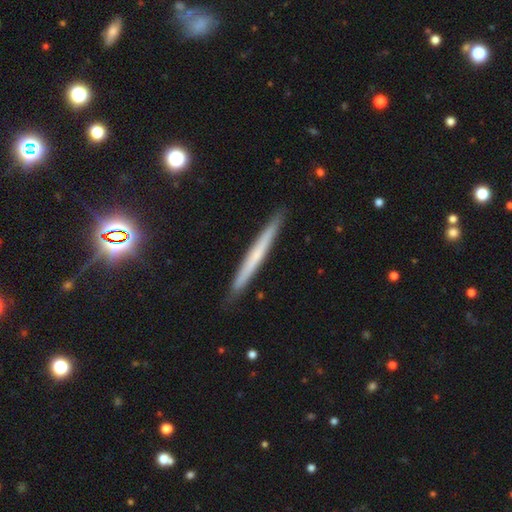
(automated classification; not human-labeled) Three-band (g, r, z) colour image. It shows a featured or disk galaxy (48%). Merging: none (91%).